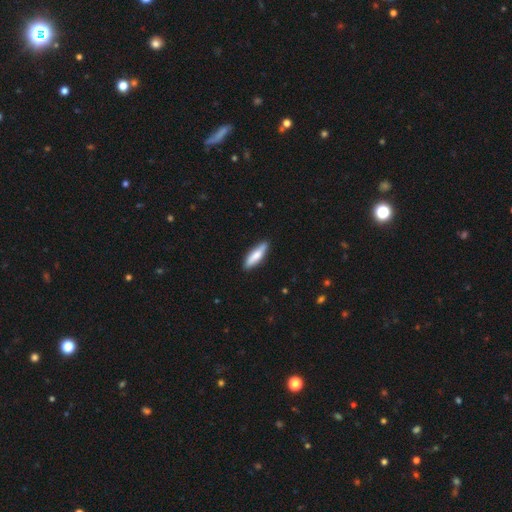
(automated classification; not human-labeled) This is likely a smooth galaxy (73%). How rounded: likely cigar-shaped (66%). Merging: clearly none (86%).